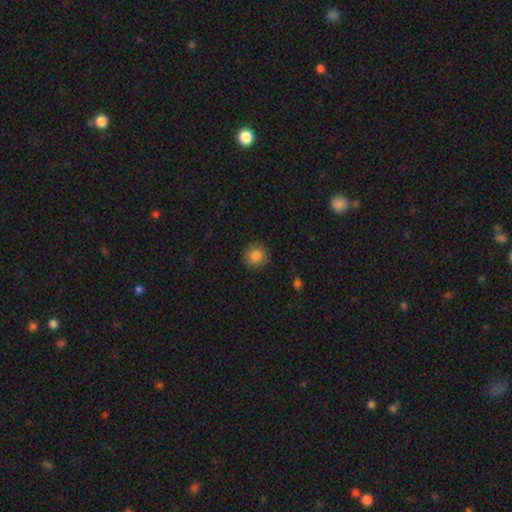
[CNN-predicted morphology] This appears to be a smooth galaxy with no disk features (86%) that is round (92%). Merging: none (90%).